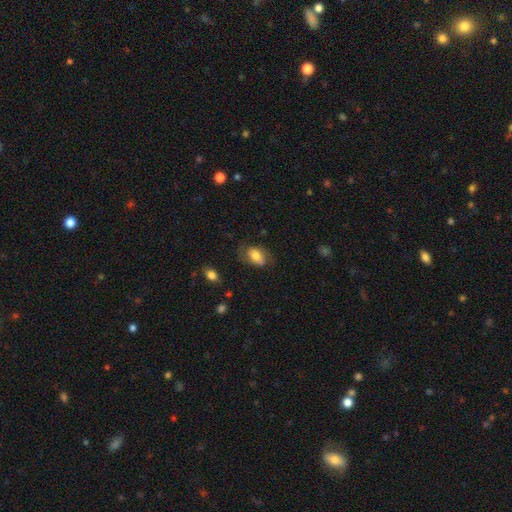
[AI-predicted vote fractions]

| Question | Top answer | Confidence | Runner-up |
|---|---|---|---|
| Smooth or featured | smooth | 67% | featured or disk (26%) |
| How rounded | in between | 87% | round (11%) |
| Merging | none | 62% | minor disturbance (24%) |